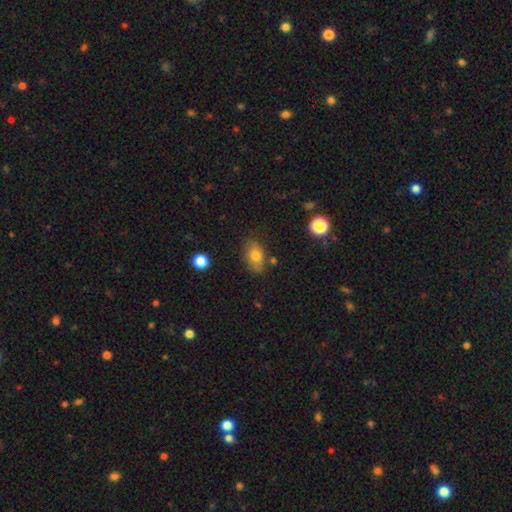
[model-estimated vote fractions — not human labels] smooth 78%, featured or disk 13%, star or artifact 10%. Down the decision tree: how rounded — in between (82%); merging — none (73%).